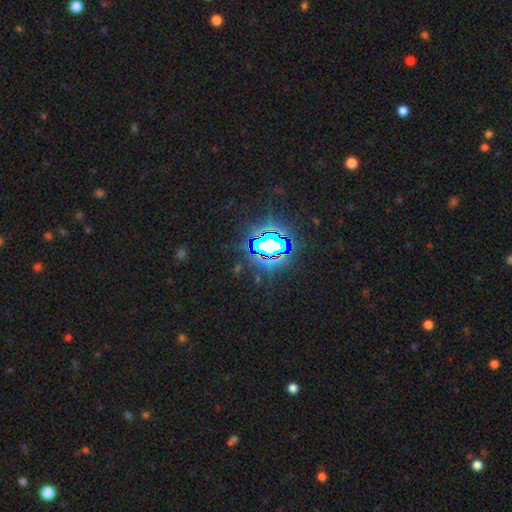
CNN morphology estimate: The model was most divided on "smooth or featured": star or artifact: 80%, smooth: 12%, featured or disk: 8%.